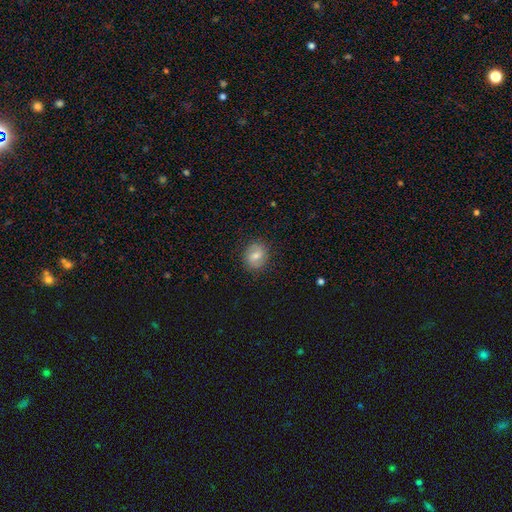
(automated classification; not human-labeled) Morphology: type=smooth (57%); roundness=round (69%); merging=none (84%).